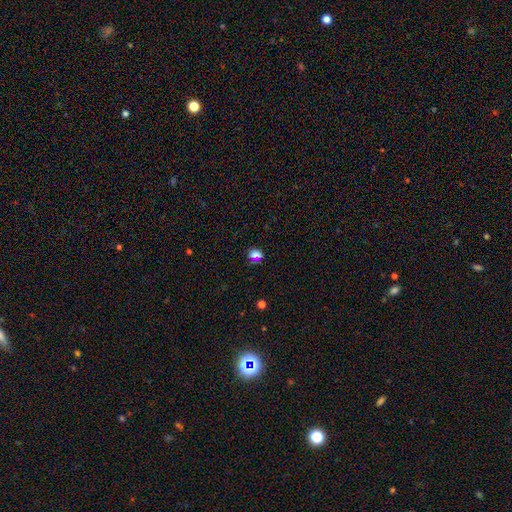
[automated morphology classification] Smooth or featured? smooth (66%)
How rounded? round (66%)
Merging? none (78%)